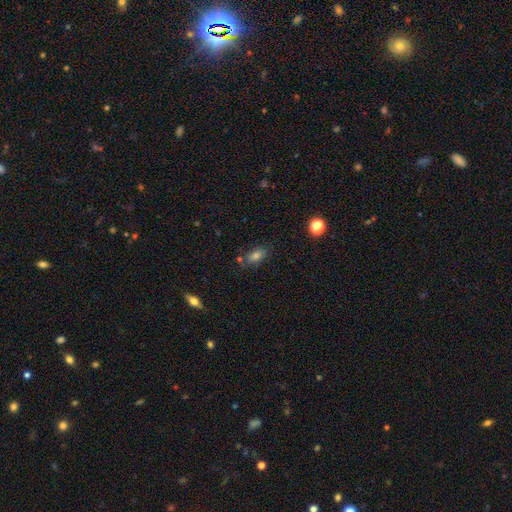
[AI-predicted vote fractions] This appears to be a smooth galaxy with no disk features (73%) that is in between round and cigar-shaped (83%). Merging: none (75%).